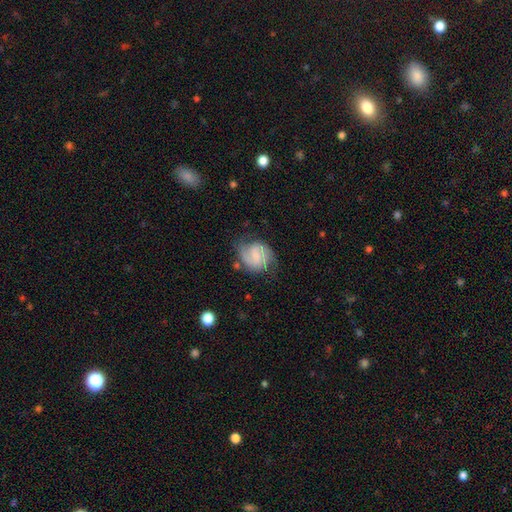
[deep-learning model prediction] A featured or disk galaxy (72%) with a weak bar (52%), 2 (80%) medium (46%) spiral arms (94%) and no central bulge (42%).

Vote fractions:
- Smooth or featured? featured or disk: 72% / smooth: 21% / star or artifact: 7%
- Edge-on disk? no: 98% / yes: 2%
- Bar? weak: 52% / no: 31% / strong: 16%
- Spiral arms? yes: 94% / no: 6%
- Spiral winding? medium: 46% / tight: 37% / loose: 16%
- Spiral arm count? 2: 80% / can't tell: 9% / 3: 5% / 1: 3% / 4: 2% / more than 4: 2%
- Bulge size? none: 42% / small: 36% / moderate: 16% / large: 4% / dominant: 1%
- Merging? none: 66% / minor disturbance: 21% / major disturbance: 10% / merger: 3%